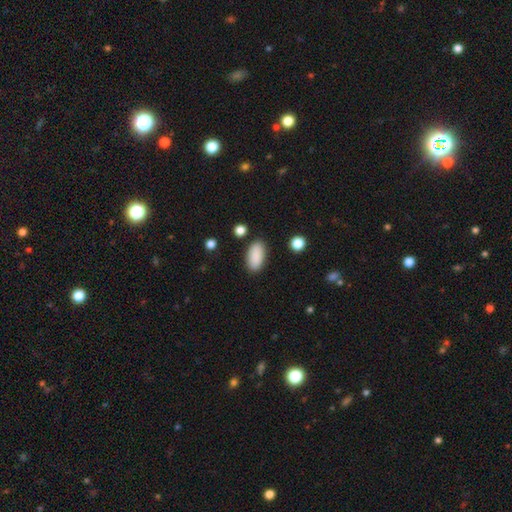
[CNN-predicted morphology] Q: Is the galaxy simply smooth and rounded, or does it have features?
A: smooth — 90%.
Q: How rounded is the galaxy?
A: in between — 92%.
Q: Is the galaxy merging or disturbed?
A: none — 87%.